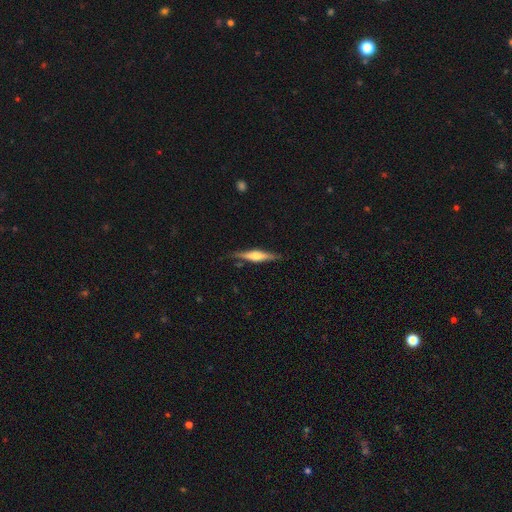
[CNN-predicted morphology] This appears to be a featured or disk galaxy (62%) viewed edge-on (96%) with a rounded central bulge (83%). Merging: none (83%).